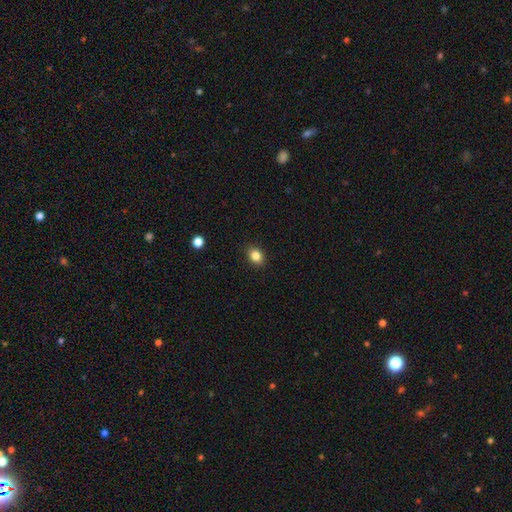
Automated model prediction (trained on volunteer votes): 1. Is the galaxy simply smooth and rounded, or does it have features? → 84% smooth, 10% star or artifact, 5% featured or disk.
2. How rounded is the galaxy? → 55% in between, 44% round, 1% cigar-shaped.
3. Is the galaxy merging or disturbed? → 89% none, 8% minor disturbance, 2% major disturbance, 1% merger.